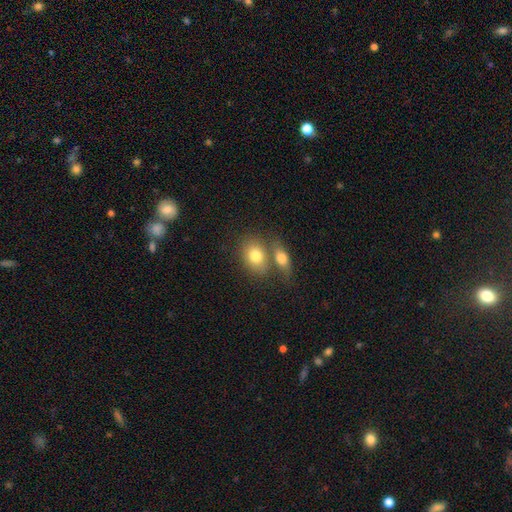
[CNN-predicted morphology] Q: Smooth or featured?
A: smooth (78%); runner-up: featured or disk (14%)
Q: How rounded?
A: in between (67%); runner-up: round (31%)
Q: Merging?
A: none (43%); tied with: merger (43%)